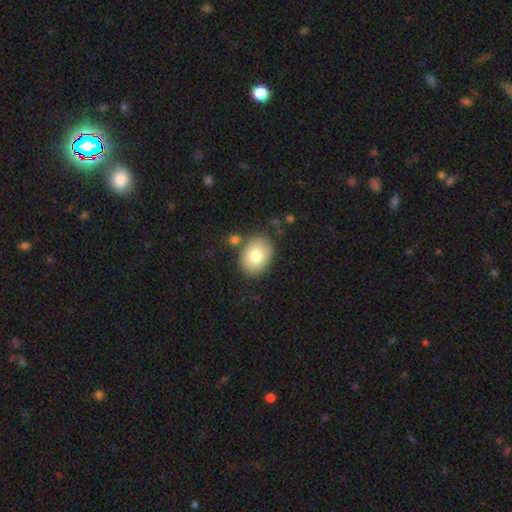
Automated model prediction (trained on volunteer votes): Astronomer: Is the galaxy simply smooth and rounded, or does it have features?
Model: smooth — 78%.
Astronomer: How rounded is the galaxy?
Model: in between — 64%.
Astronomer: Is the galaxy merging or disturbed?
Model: none — 80%.